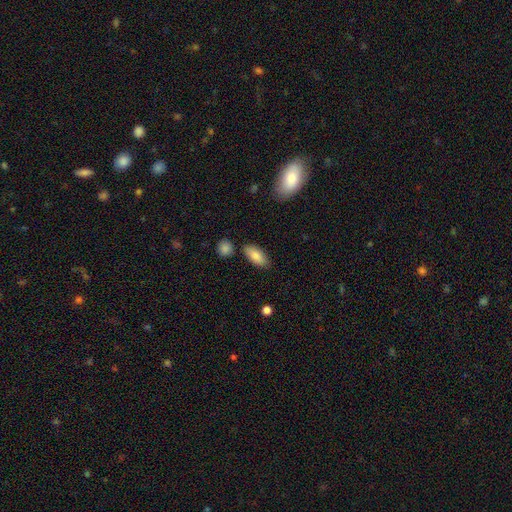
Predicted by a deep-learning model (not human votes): smooth-or-featured: smooth: 84% | featured or disk: 10% | star or artifact: 6%
  how-rounded: in between: 87% | cigar-shaped: 11% | round: 3%
  merging: none: 82% | minor disturbance: 11% | merger: 4% | major disturbance: 3%